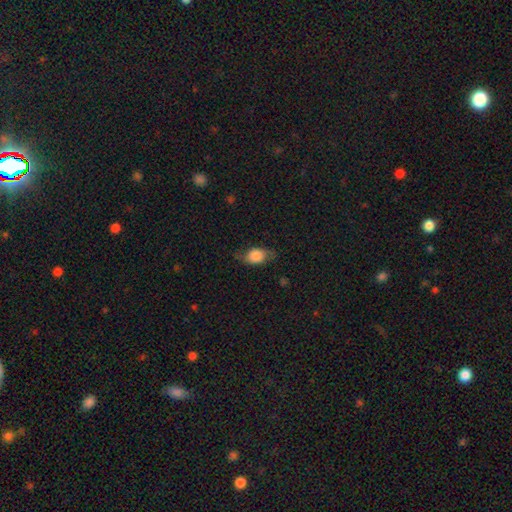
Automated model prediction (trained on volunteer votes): This is likely a smooth galaxy (67%). How rounded: likely in between (72%). Merging: likely none (69%).